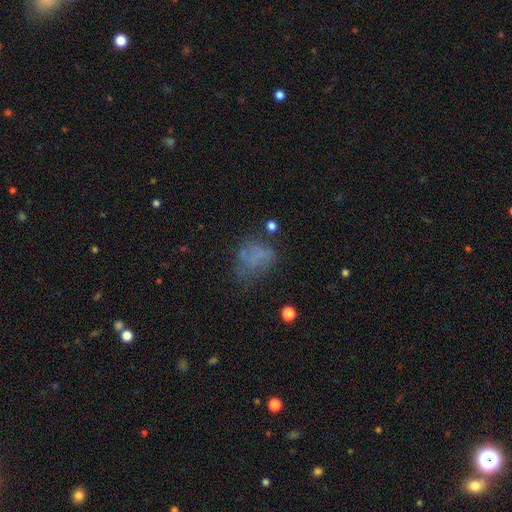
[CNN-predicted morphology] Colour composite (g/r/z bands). It shows a smooth galaxy with no disk features (53%) that is in between round and cigar-shaped (57%). Merging: none (42%).